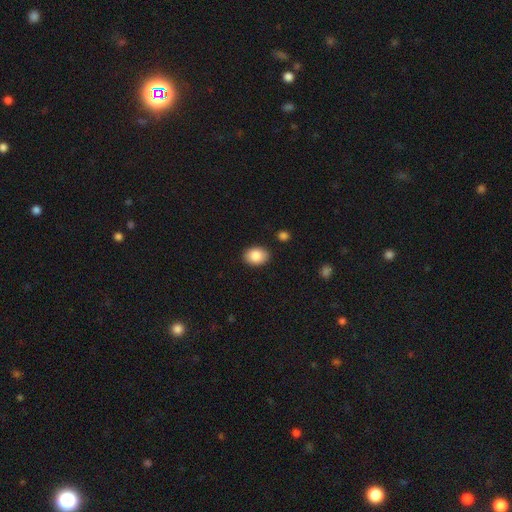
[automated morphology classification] The model was most divided on "how rounded": in between: 73%, round: 26%, cigar-shaped: 1%. More confident: merging — none (88%); smooth or featured — smooth (86%).